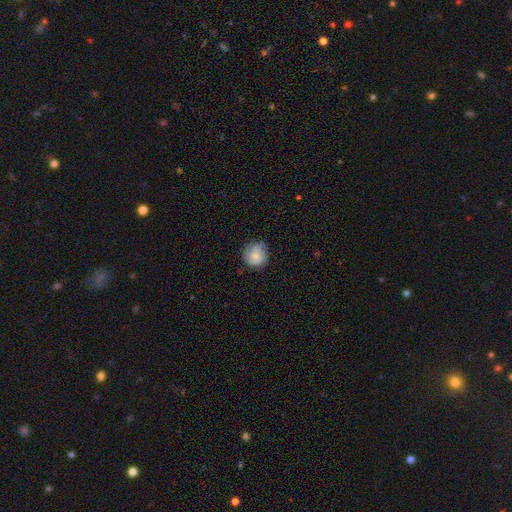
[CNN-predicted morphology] smooth-or-featured: smooth: 78% | featured or disk: 14% | star or artifact: 7%
  how-rounded: round: 90% | in between: 9% | cigar-shaped: 1%
  merging: none: 75% | minor disturbance: 20% | major disturbance: 5% | merger: 1%